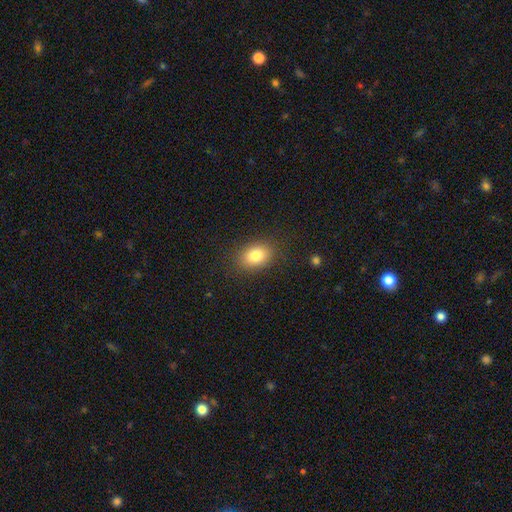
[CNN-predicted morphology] Smooth or featured? smooth (82%)
How rounded? in between (74%)
Merging? none (86%)